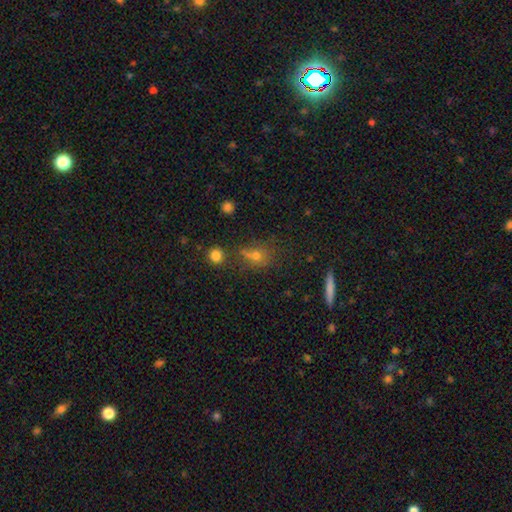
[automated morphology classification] Smooth or featured? smooth (60%)
How rounded? round (58%)
Merging? none (59%)